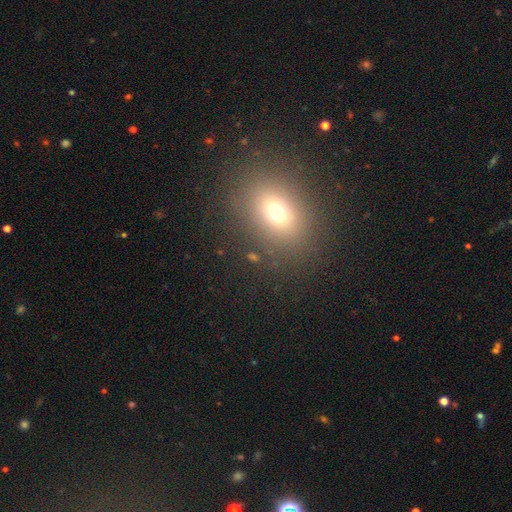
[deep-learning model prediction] A smooth galaxy with no disk features (67%) that is in between round and cigar-shaped (61%). Merging: none (87%).